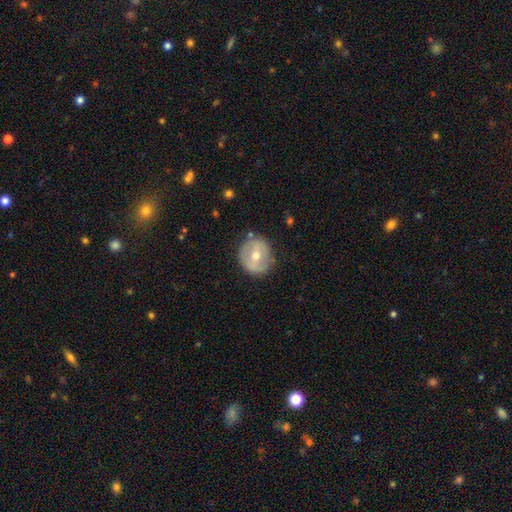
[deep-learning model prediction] Smooth or featured? featured or disk (54%)
Edge-on disk? no (94%)
Bar? weak (41%)
Spiral arms? no (67%)
Bulge size? moderate (68%)
Merging? none (80%)